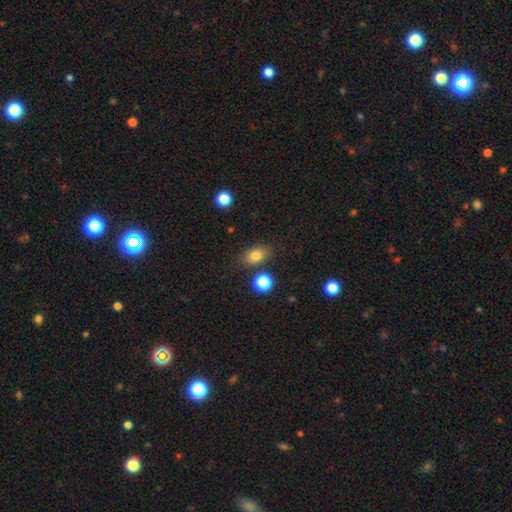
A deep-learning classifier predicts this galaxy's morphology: smooth-or-featured: smooth: 80% | star or artifact: 11% | featured or disk: 8%
  how-rounded: in between: 75% | round: 23% | cigar-shaped: 2%
  merging: none: 79% | minor disturbance: 12% | merger: 6% | major disturbance: 3%